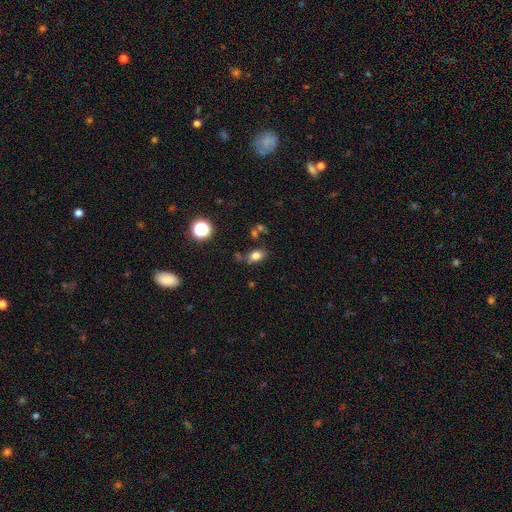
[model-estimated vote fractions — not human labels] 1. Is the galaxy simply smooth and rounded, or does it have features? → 78% smooth, 14% star or artifact, 8% featured or disk.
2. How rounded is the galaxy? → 77% in between, 21% round, 2% cigar-shaped.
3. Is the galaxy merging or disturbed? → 71% none, 16% minor disturbance, 8% merger, 5% major disturbance.